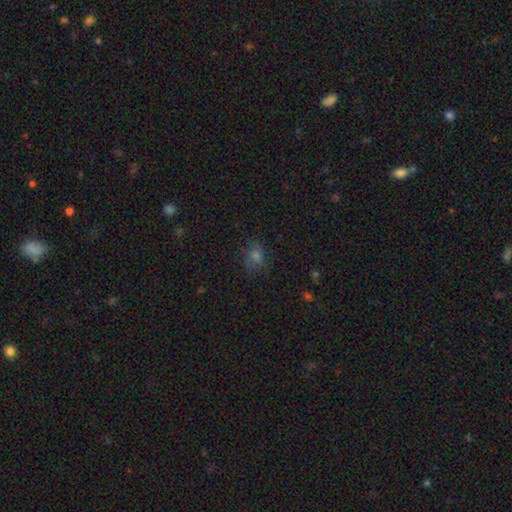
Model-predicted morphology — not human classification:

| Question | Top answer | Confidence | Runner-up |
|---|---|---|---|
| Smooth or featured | smooth | 57% | star or artifact (25%) |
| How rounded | round | 54% | in between (45%) |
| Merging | none | 72% | minor disturbance (19%) |